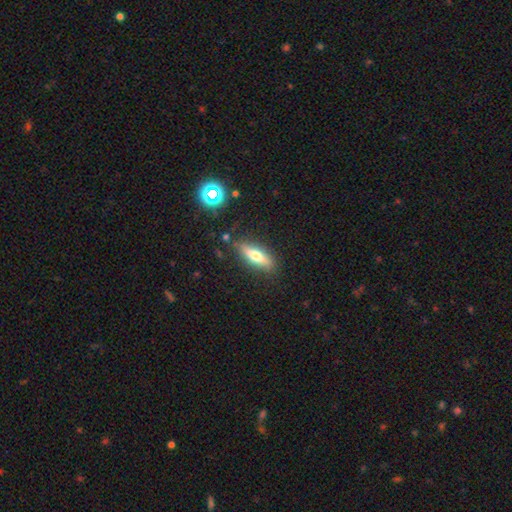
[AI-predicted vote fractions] Smooth or featured? Predicted: smooth (p=0.58). How rounded? Predicted: cigar-shaped (p=0.52). Merging? Predicted: none (p=0.84).